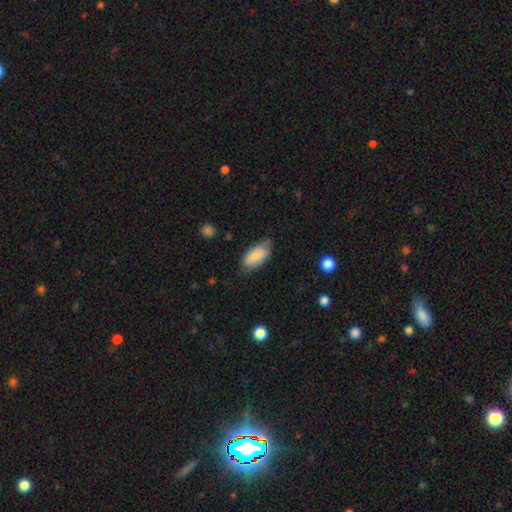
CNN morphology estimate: smooth_or_featured: smooth (p=0.81) [alt: featured or disk p=0.13]
how_rounded: in between (p=0.91) [alt: cigar-shaped p=0.07]
merging: none (p=0.61) [alt: minor disturbance p=0.31]